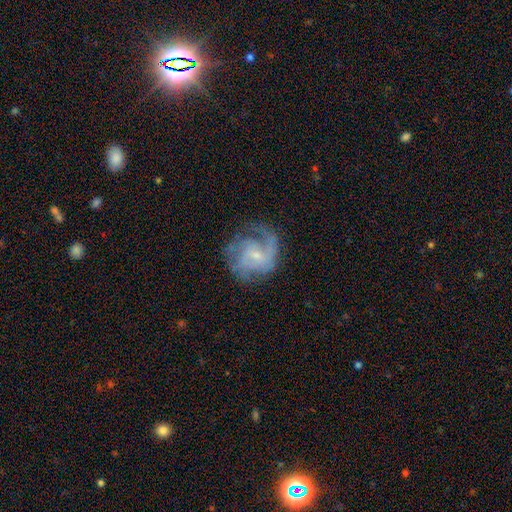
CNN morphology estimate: Q: Smooth or featured?
A: featured or disk (77%); runner-up: smooth (16%)
Q: Edge-on disk?
A: no (98%); runner-up: yes (2%)
Q: Bar?
A: no (56%); runner-up: weak (38%)
Q: Spiral arms?
A: yes (91%); runner-up: no (9%)
Q: Spiral winding?
A: medium (45%); runner-up: tight (30%)
Q: Spiral arm count?
A: 2 (34%); runner-up: can't tell (24%)
Q: Bulge size?
A: small (71%); runner-up: moderate (21%)
Q: Merging?
A: none (59%); runner-up: minor disturbance (20%)